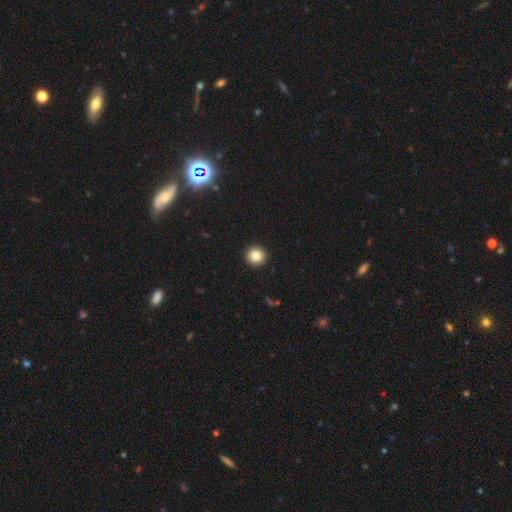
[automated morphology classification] Smooth or featured? Predicted: smooth (p=0.83). How rounded? Predicted: round (p=0.96). Merging? Predicted: none (p=0.94).